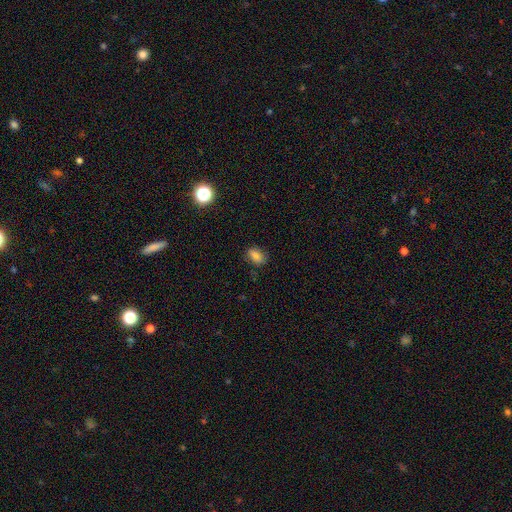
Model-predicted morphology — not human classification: Smooth or featured: smooth — 78% (star or artifact — 12%)
How rounded: in between — 82% (round — 15%)
Merging: none — 78% (minor disturbance — 17%)